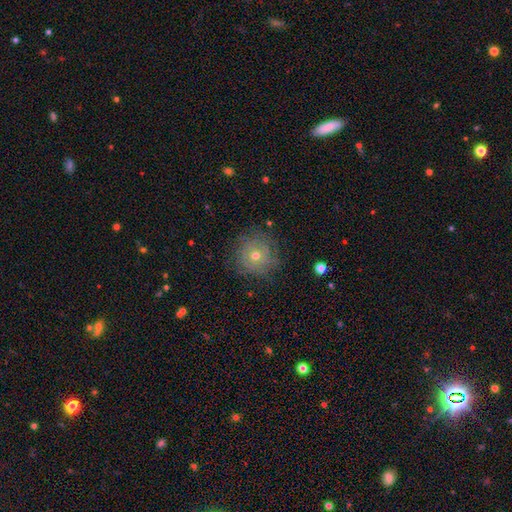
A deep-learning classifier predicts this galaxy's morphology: The model was most divided on "smooth or featured": smooth: 43%, featured or disk: 42%, star or artifact: 14%. More confident: merging — none (77%).